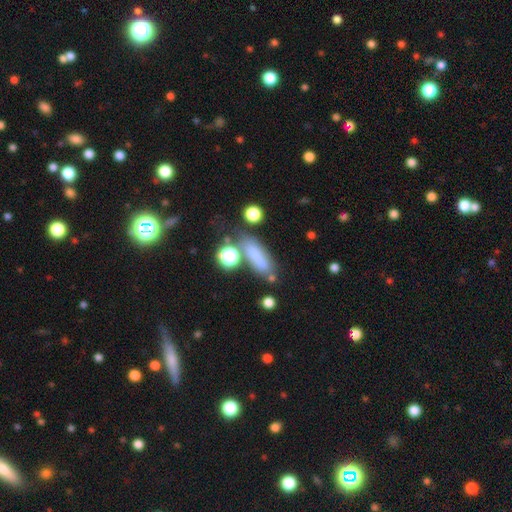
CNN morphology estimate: The model was most divided on "how rounded": in between: 48%, cigar-shaped: 43%, round: 9%. More confident: smooth or featured — smooth (72%); merging — none (57%).